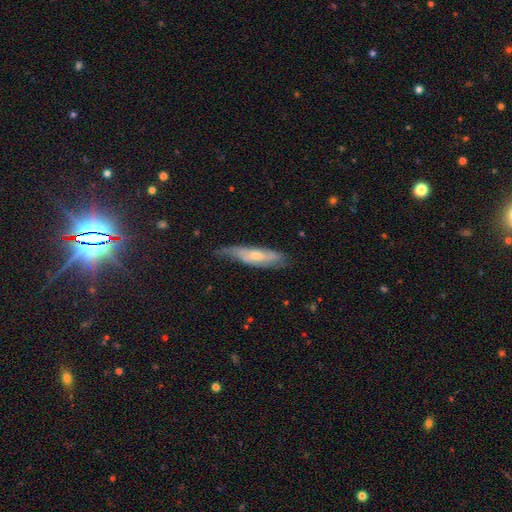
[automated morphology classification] This appears to be a featured or disk galaxy (52%). Merging: none (55%).